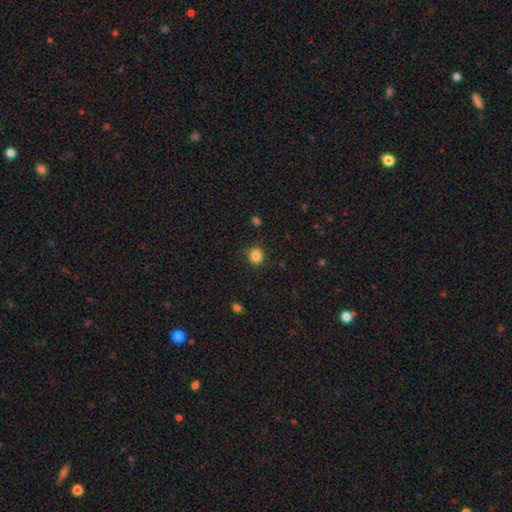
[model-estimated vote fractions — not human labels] Overall: smooth (85%). How rounded: round (89%). Merging: none (85%).